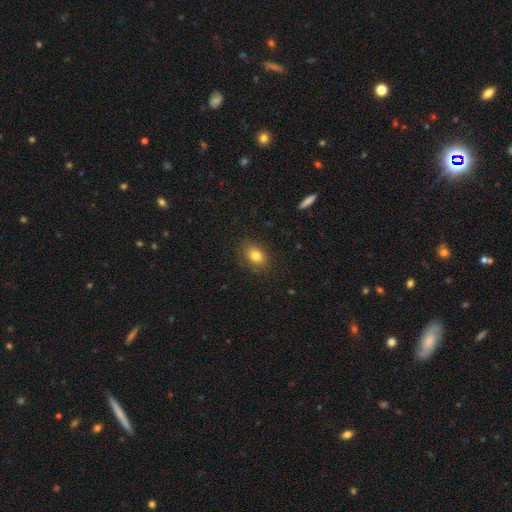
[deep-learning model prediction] A smooth galaxy with no disk features (81%) that is in between round and cigar-shaped (76%). Merging: none (85%).